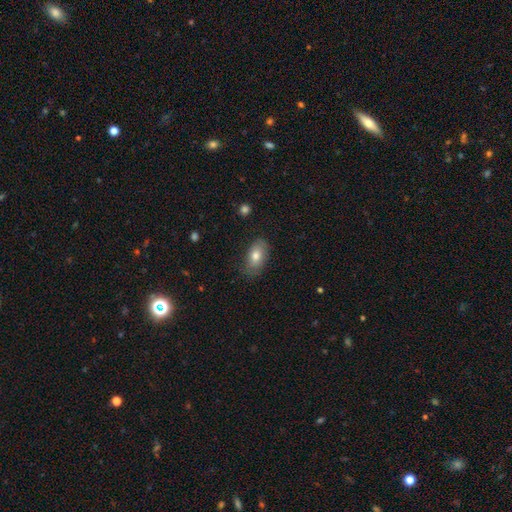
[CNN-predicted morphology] This appears to be a smooth galaxy with no disk features (77%) that is in between round and cigar-shaped (90%). Merging: none (75%).